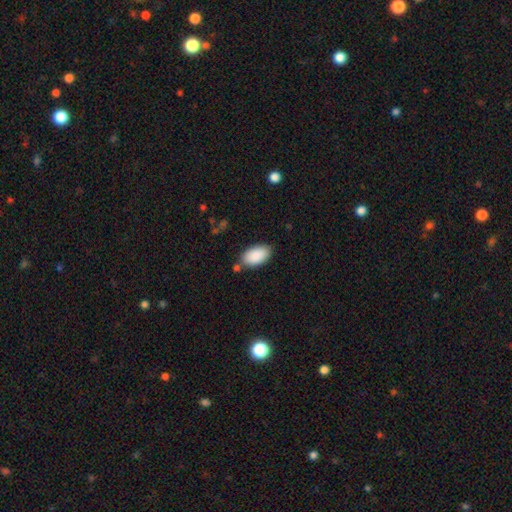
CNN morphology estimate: Q: Smooth or featured?
A: smooth (90%); runner-up: star or artifact (6%)
Q: How rounded?
A: in between (95%); runner-up: round (3%)
Q: Merging?
A: none (77%); runner-up: minor disturbance (14%)